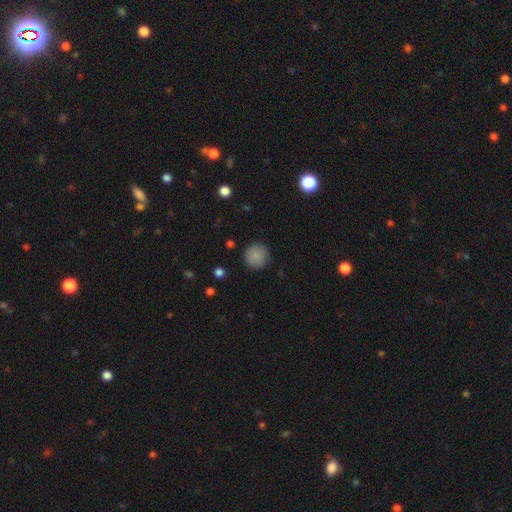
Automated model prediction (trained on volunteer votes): smooth 86%, star or artifact 9%, featured or disk 5%. Down the decision tree: how rounded — round (94%); merging — none (88%).